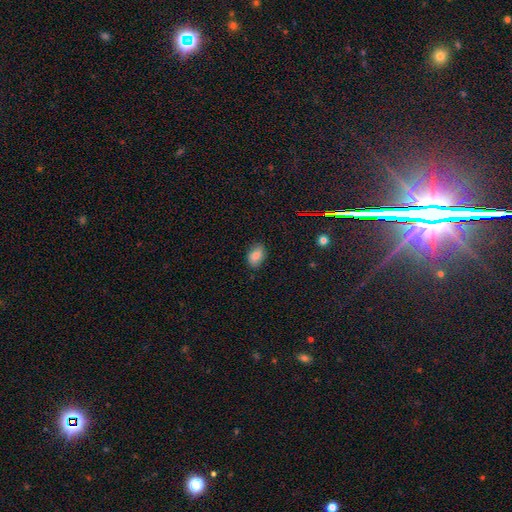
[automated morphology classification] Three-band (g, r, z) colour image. It shows a smooth galaxy with no disk features (81%) that is in between round and cigar-shaped (85%). Merging: none (80%).